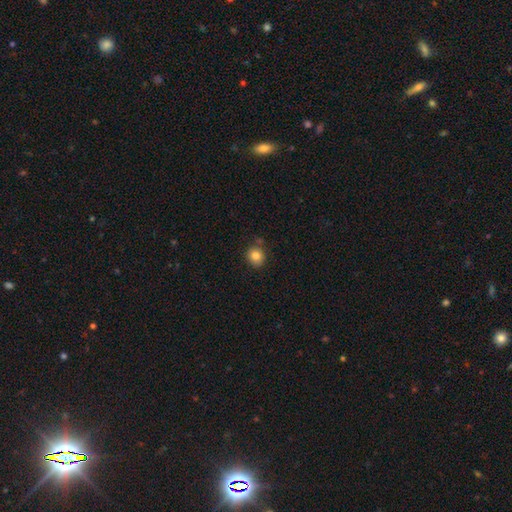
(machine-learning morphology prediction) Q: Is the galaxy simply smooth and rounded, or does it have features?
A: smooth — 84%.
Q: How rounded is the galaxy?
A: round — 81%.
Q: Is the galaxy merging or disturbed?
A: none — 78%.